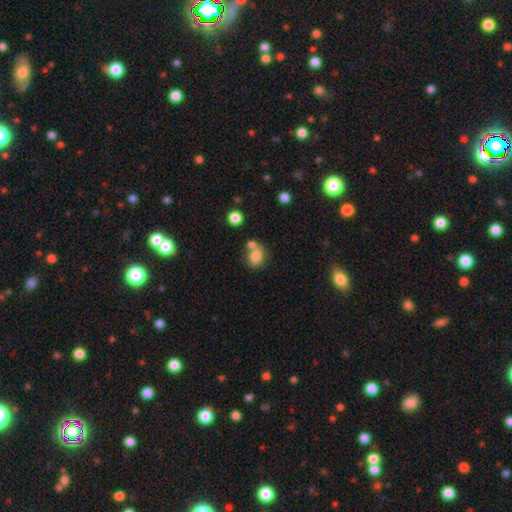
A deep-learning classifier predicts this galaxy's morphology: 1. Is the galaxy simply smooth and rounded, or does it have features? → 80% smooth, 10% star or artifact, 10% featured or disk.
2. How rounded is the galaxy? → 55% in between, 44% round, 1% cigar-shaped.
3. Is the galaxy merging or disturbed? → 47% none, 34% merger, 13% minor disturbance, 5% major disturbance.